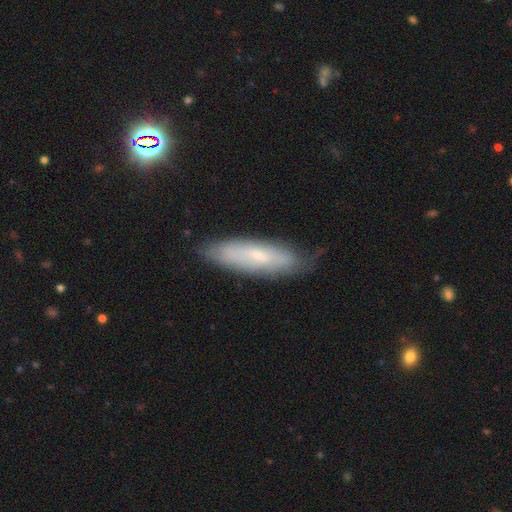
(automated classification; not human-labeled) smooth 51%, featured or disk 41%, star or artifact 8%. Down the decision tree: how rounded — cigar-shaped (56%); merging — none (73%).